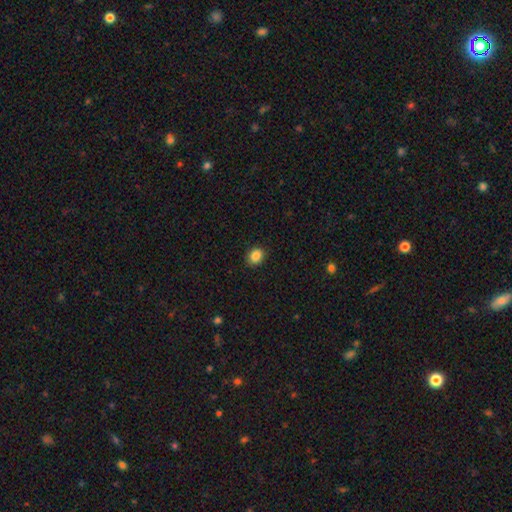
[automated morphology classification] Smooth or featured?
  - smooth: 87% *
  - star or artifact: 10%
  - featured or disk: 4%
How rounded?
  - round: 55% *
  - in between: 44%
  - cigar-shaped: 1%
Merging?
  - none: 90% *
  - minor disturbance: 7%
  - major disturbance: 2%
  - merger: 1%